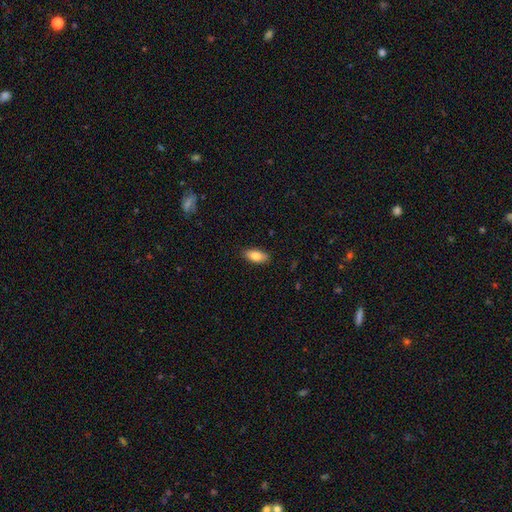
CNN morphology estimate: Q: Smooth or featured?
A: smooth (82%); runner-up: featured or disk (11%)
Q: How rounded?
A: in between (89%); runner-up: cigar-shaped (8%)
Q: Merging?
A: none (88%); runner-up: minor disturbance (9%)